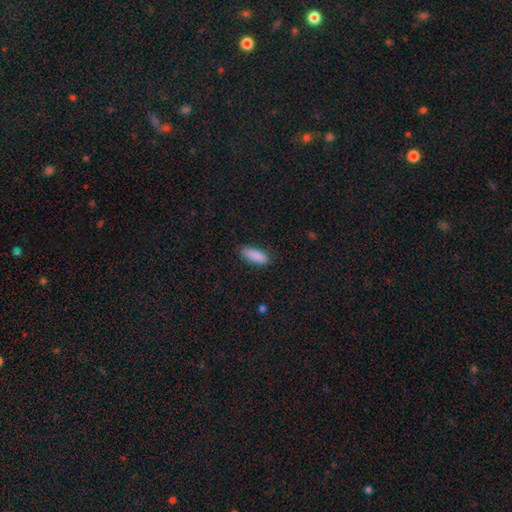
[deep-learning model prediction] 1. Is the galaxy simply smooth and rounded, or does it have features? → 89% smooth, 6% star or artifact, 5% featured or disk.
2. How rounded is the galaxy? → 61% in between, 38% cigar-shaped, 2% round.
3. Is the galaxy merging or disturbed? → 87% none, 10% minor disturbance, 2% major disturbance, 1% merger.